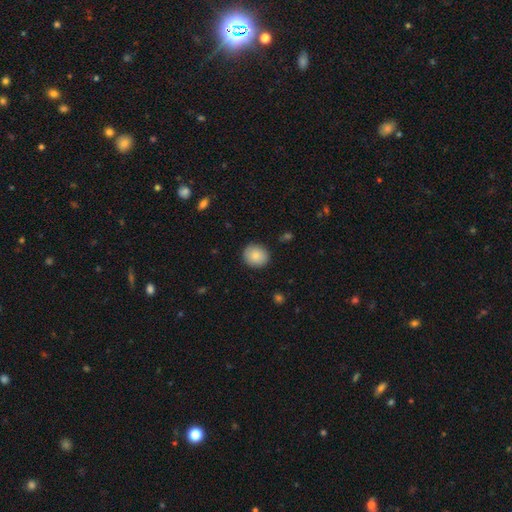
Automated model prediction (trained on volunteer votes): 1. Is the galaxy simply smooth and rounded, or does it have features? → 86% smooth, 7% star or artifact, 7% featured or disk.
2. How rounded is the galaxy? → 81% round, 18% in between, 1% cigar-shaped.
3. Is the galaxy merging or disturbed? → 88% none, 8% minor disturbance, 2% major disturbance, 1% merger.